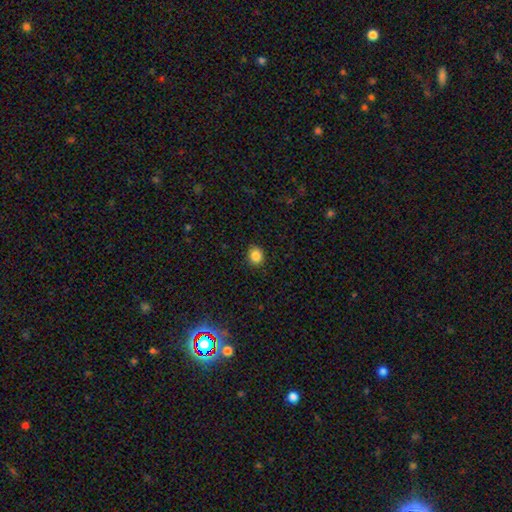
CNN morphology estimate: type=smooth (85%); roundness=round (71%); merging=none (90%).